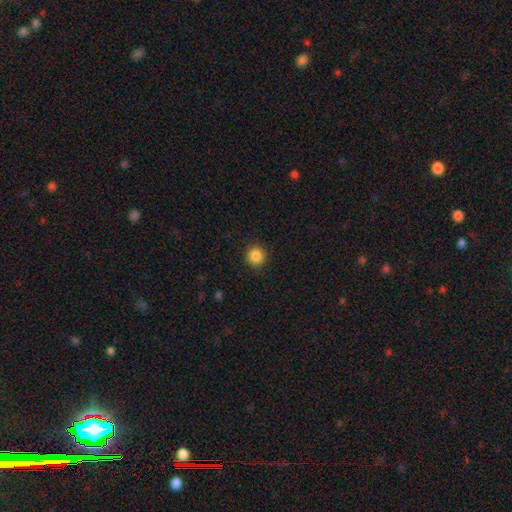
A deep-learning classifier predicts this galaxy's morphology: type=smooth (86%); roundness=round (94%); merging=none (92%).